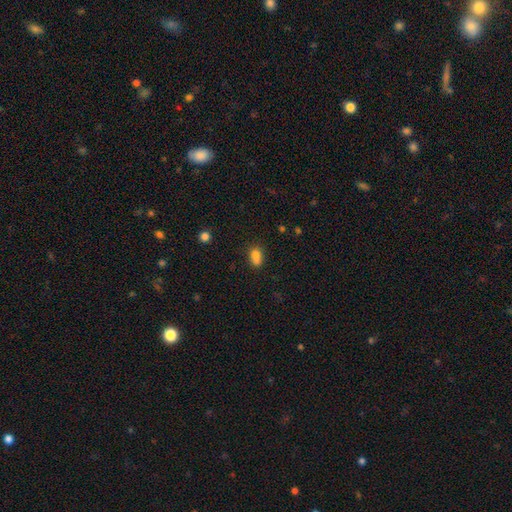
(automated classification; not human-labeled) Smooth or featured?
  - smooth: 77% *
  - star or artifact: 12%
  - featured or disk: 11%
How rounded?
  - in between: 66% *
  - round: 32%
  - cigar-shaped: 3%
Merging?
  - none: 39% *
  - merger: 38%
  - minor disturbance: 16%
  - major disturbance: 6%